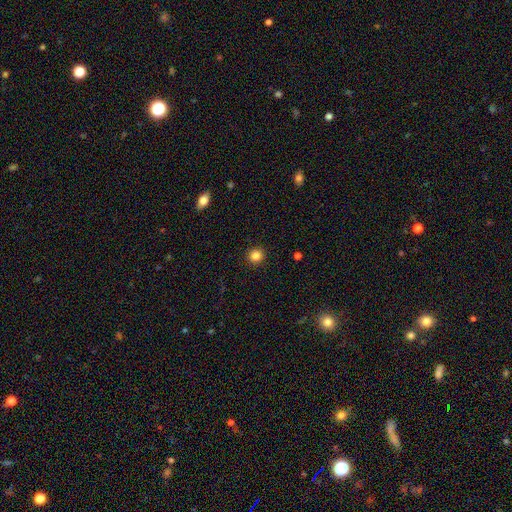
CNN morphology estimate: type=smooth (85%); roundness=round (94%); merging=none (92%).